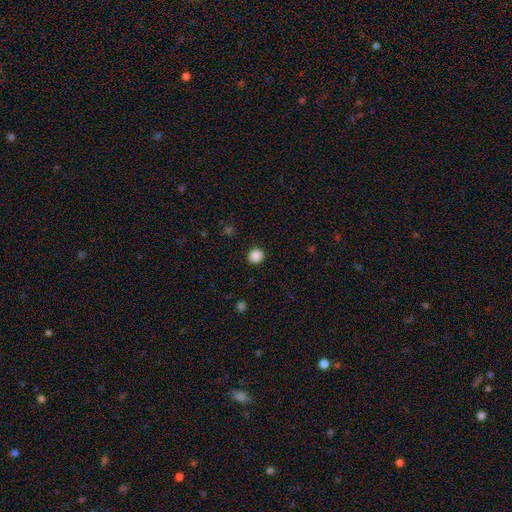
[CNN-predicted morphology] Smooth or featured? Predicted: smooth (p=0.88). How rounded? Predicted: round (p=0.87). Merging? Predicted: none (p=0.92).